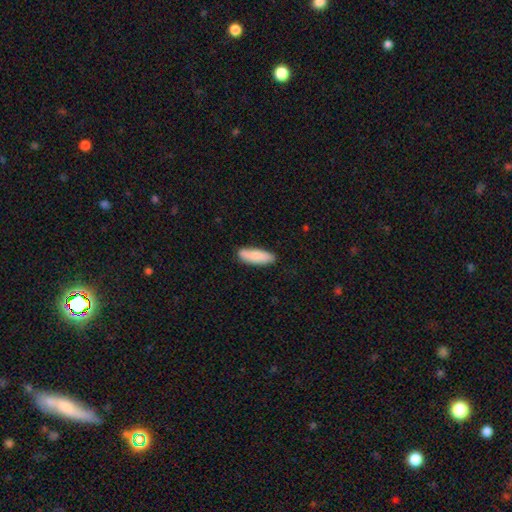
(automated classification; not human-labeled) Overall: smooth (85%). How rounded: in between (53%; cigar-shaped 46%). Merging: none (83%).